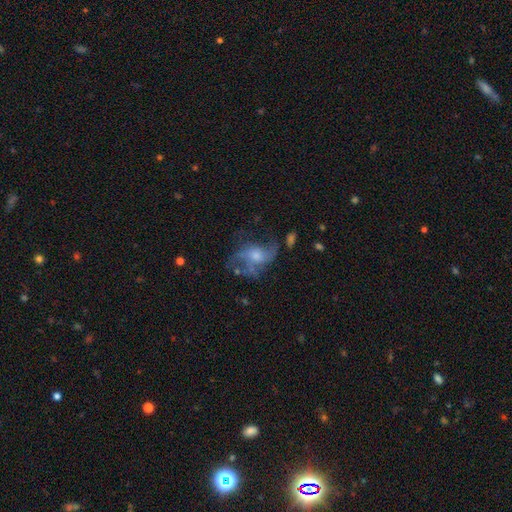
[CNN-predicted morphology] Q: Smooth or featured?
A: featured or disk (64%); runner-up: smooth (25%)
Q: Edge-on disk?
A: no (97%); runner-up: yes (3%)
Q: Bar?
A: no (73%); runner-up: weak (23%)
Q: Spiral arms?
A: yes (70%); runner-up: no (30%)
Q: Bulge size?
A: moderate (47%); runner-up: small (33%)
Q: Merging?
A: none (40%); runner-up: major disturbance (35%)